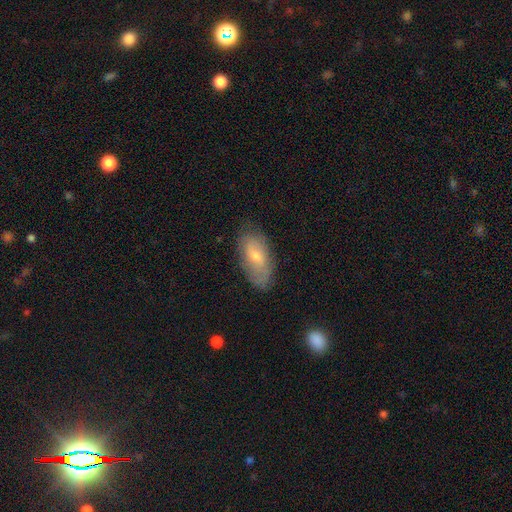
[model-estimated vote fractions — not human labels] A smooth galaxy with no disk features (55%) that is in between round and cigar-shaped (90%).

Vote fractions:
- Smooth or featured? smooth: 55% / featured or disk: 37% / star or artifact: 7%
- How rounded? in between: 90% / cigar-shaped: 7% / round: 3%
- Merging? none: 72% / minor disturbance: 22% / major disturbance: 6% / merger: 1%